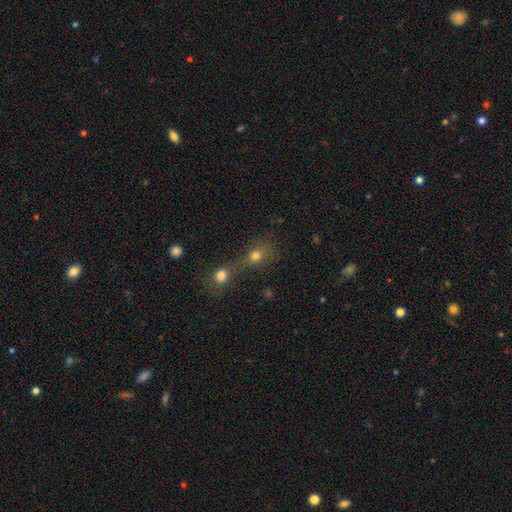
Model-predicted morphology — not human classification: The model was most divided on "how rounded": round: 64%, in between: 33%, cigar-shaped: 3%. More confident: smooth or featured — smooth (74%); merging — merger (62%).